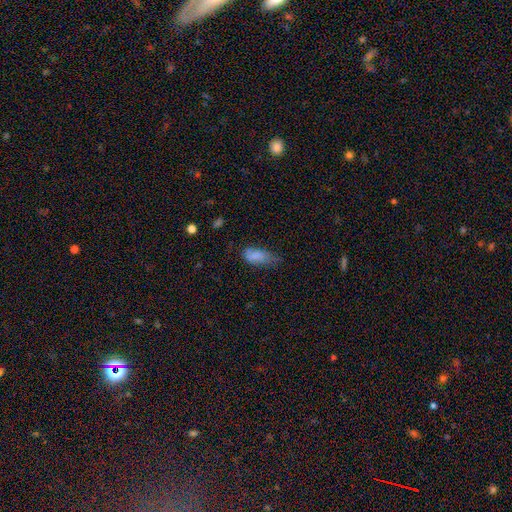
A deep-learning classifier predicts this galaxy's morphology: Smooth or featured? smooth (79%)
How rounded? in between (87%)
Merging? minor disturbance (43%)